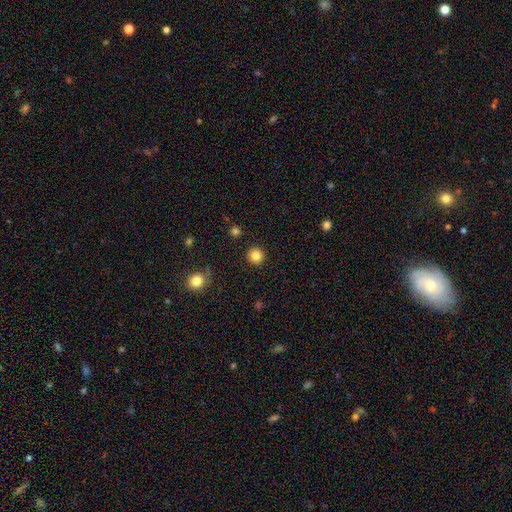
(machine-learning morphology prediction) type=smooth (84%); roundness=round (94%); merging=none (92%).